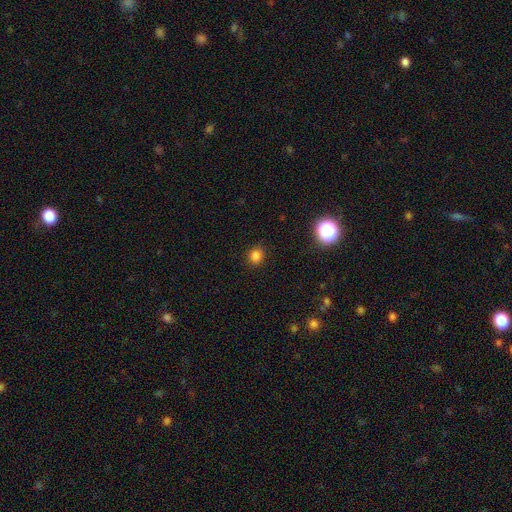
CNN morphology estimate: Smooth or featured? Predicted: smooth (p=0.82). How rounded? Predicted: round (p=0.84). Merging? Predicted: none (p=0.89).